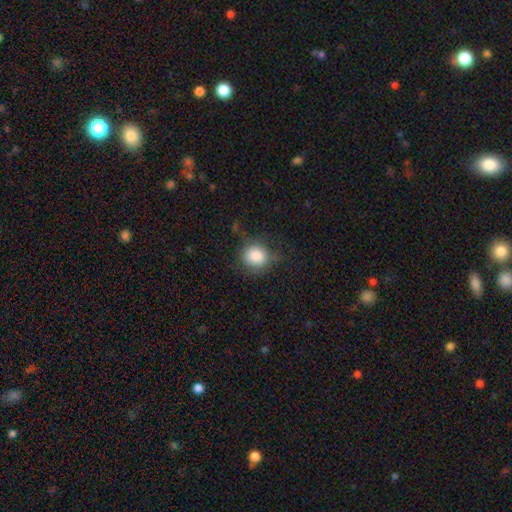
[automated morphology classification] This appears to be a smooth galaxy with no disk features (85%) that is round (77%). Merging: none (68%).